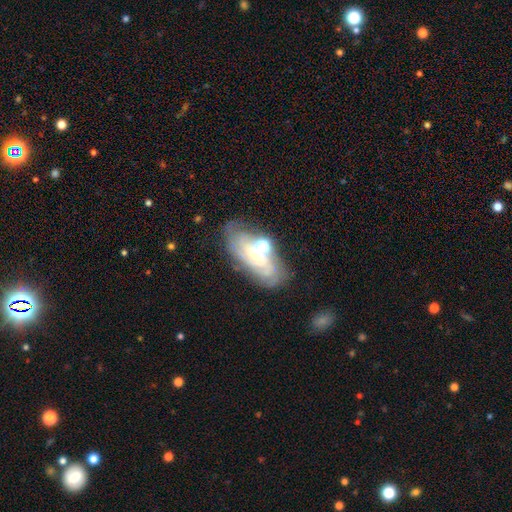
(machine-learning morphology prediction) This is likely a featured or disk galaxy (61%). It is clearly not viewed edge-on (93%). Bar: likely no (76%). Spiral arm pattern: likely yes (73%). Central bulge: possibly small (52%). Merging: possibly none (54%).